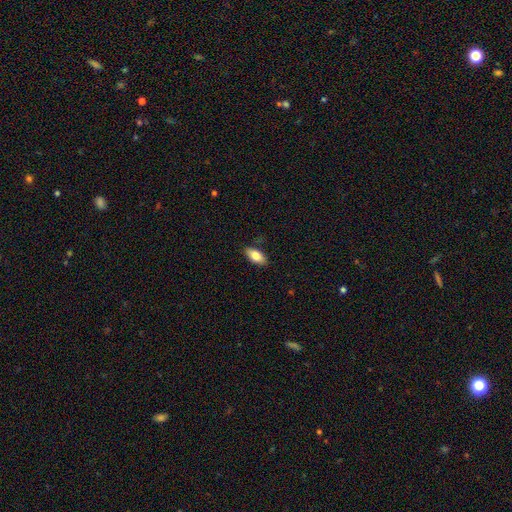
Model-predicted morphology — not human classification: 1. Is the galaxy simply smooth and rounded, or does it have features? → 80% smooth, 14% featured or disk, 7% star or artifact.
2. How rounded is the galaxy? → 89% in between, 8% cigar-shaped, 3% round.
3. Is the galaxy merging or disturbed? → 86% none, 10% minor disturbance, 2% major disturbance, 1% merger.